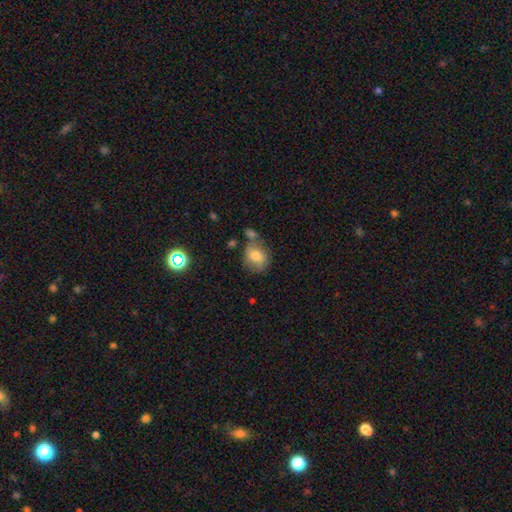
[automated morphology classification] A smooth galaxy with no disk features (68%) that is round (55%).

Vote fractions:
- Smooth or featured? smooth: 68% / featured or disk: 22% / star or artifact: 10%
- How rounded? round: 55% / in between: 43% / cigar-shaped: 1%
- Merging? none: 52% / minor disturbance: 23% / merger: 17% / major disturbance: 8%